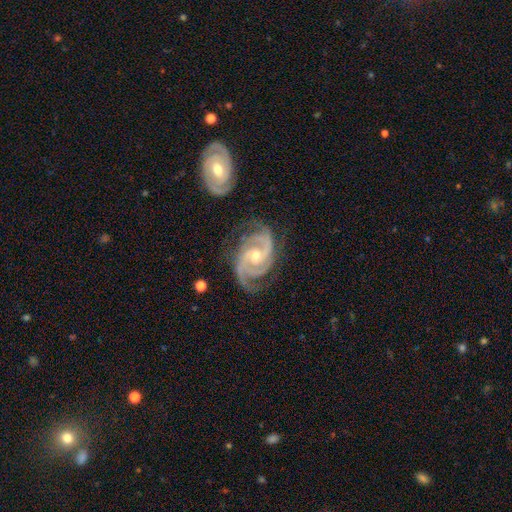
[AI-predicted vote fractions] Morphology: type=featured or disk (93%); edge-on=no (98%); bar=no (48%); spiral arms=yes (99%); winding=tight (52%); arm count=3 (47%); bulge=moderate (55%); merging=none (68%).